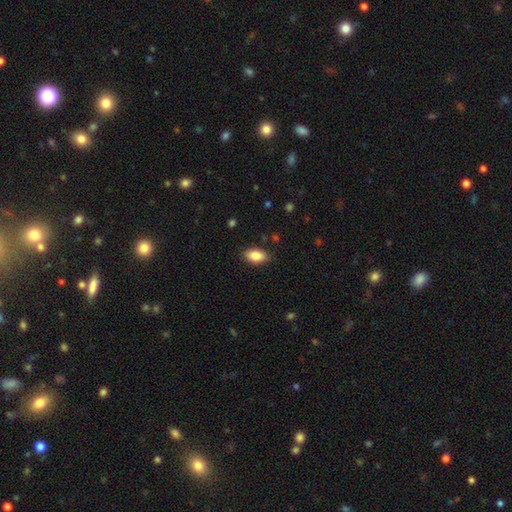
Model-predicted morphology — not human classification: Smooth or featured? smooth (86%)
How rounded? in between (91%)
Merging? none (85%)